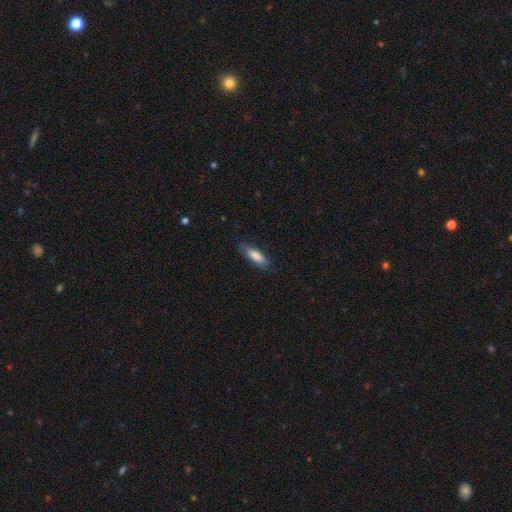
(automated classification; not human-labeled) Smooth or featured?
  - smooth: 80% *
  - featured or disk: 14%
  - star or artifact: 6%
How rounded?
  - cigar-shaped: 49% * (tied)
  - in between: 49% * (tied)
  - round: 2%
Merging?
  - none: 77% *
  - minor disturbance: 18%
  - major disturbance: 4%
  - merger: 1%